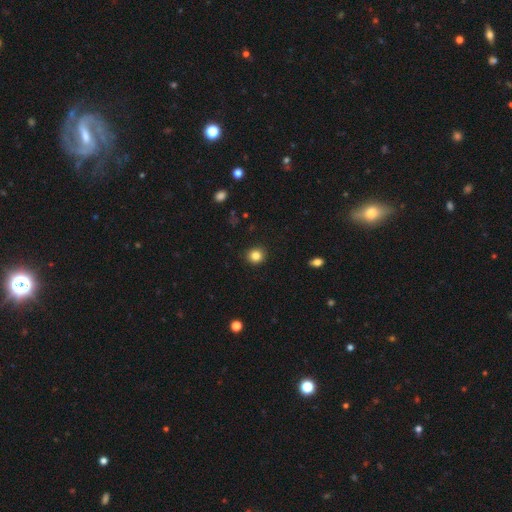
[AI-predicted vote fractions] A smooth galaxy with no disk features (84%) that is round (90%).

Vote fractions:
- Smooth or featured? smooth: 84% / star or artifact: 11% / featured or disk: 5%
- How rounded? round: 90% / in between: 9% / cigar-shaped: 1%
- Merging? none: 92% / minor disturbance: 6% / major disturbance: 2% / merger: 1%